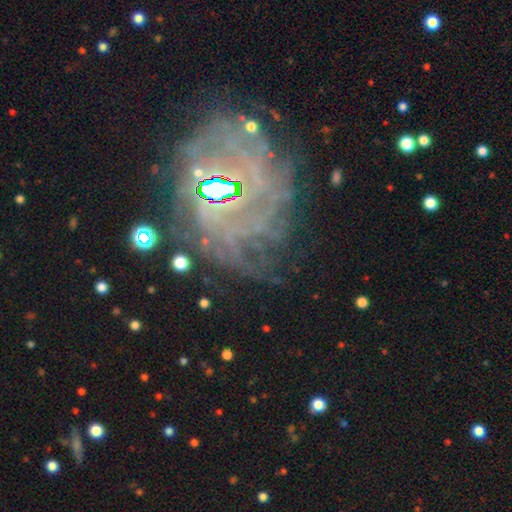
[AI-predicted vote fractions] Smooth or featured? Predicted: featured or disk (p=0.71). Edge-on disk? Predicted: no (p=0.95). Bar? Predicted: no (p=0.49). Spiral arms? Predicted: yes (p=0.82). Spiral winding? Predicted: tight (p=0.67). Spiral arm count? Predicted: can't tell (p=0.40). Bulge size? Predicted: moderate (p=0.45). Merging? Predicted: none (p=0.66).